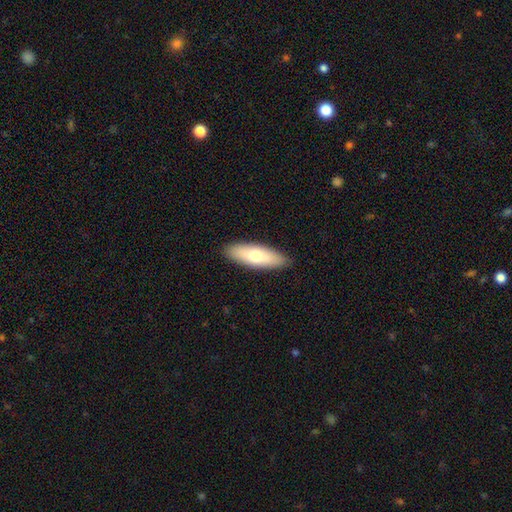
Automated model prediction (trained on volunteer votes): Morphology: type=smooth (67%); roundness=in between (57%); merging=none (89%).